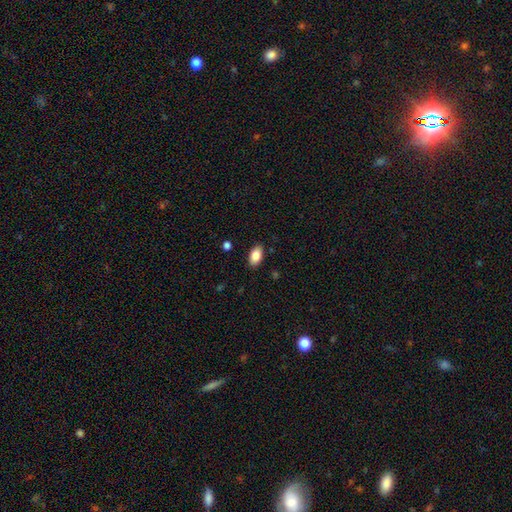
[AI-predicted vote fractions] smooth_or_featured: smooth (p=0.86) [alt: star or artifact p=0.07]
how_rounded: in between (p=0.93) [alt: round p=0.05]
merging: none (p=0.88) [alt: minor disturbance p=0.09]